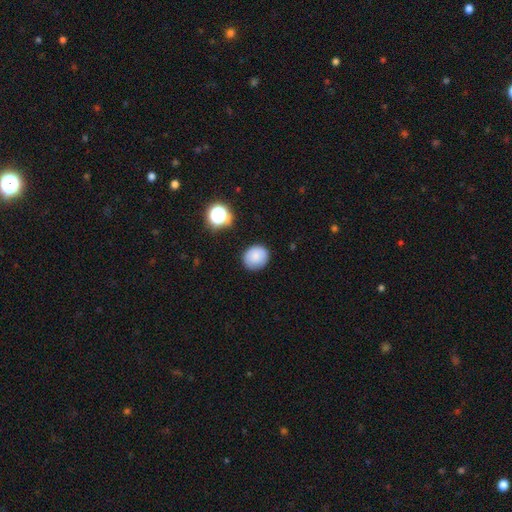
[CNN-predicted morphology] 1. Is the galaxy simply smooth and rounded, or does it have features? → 80% smooth, 10% star or artifact, 10% featured or disk.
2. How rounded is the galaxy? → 79% round, 21% in between, 1% cigar-shaped.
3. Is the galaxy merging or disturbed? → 82% none, 13% minor disturbance, 3% major disturbance, 2% merger.